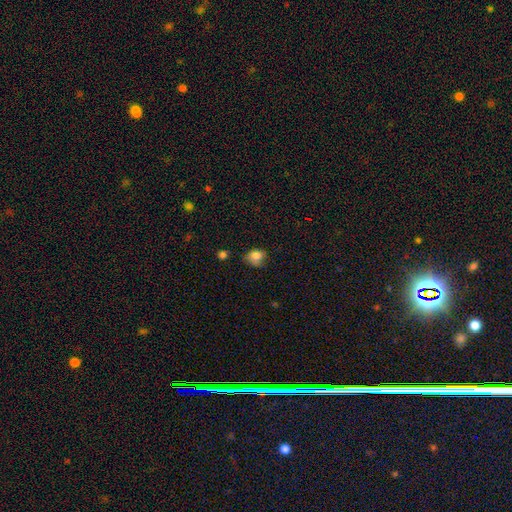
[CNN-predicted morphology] type=smooth (78%); roundness=round (51%); merging=none (56%).